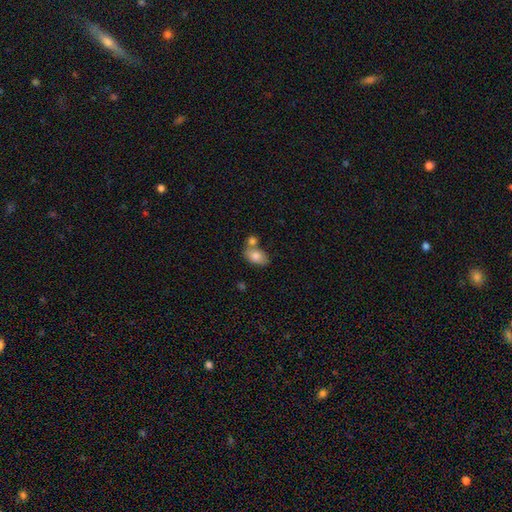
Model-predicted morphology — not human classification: type=smooth (79%); roundness=in between (86%); merging=none (48%).